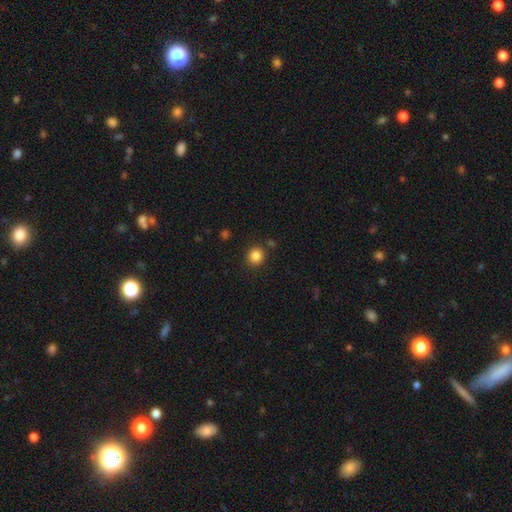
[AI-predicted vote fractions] Morphology: type=smooth (85%); roundness=round (86%); merging=none (87%).